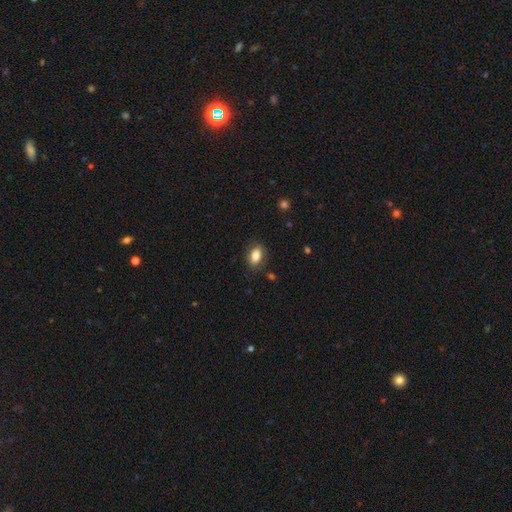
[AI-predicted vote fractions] Q: Smooth or featured?
A: smooth (83%); runner-up: featured or disk (9%)
Q: How rounded?
A: in between (87%); runner-up: round (10%)
Q: Merging?
A: none (84%); runner-up: minor disturbance (12%)